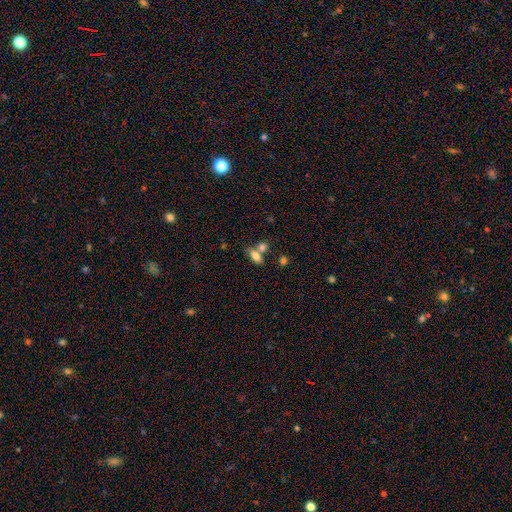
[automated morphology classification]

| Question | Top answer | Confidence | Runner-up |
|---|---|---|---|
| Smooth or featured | smooth | 75% | featured or disk (16%) |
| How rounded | in between | 80% | cigar-shaped (12%) |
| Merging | none | 45% | merger (39%) |